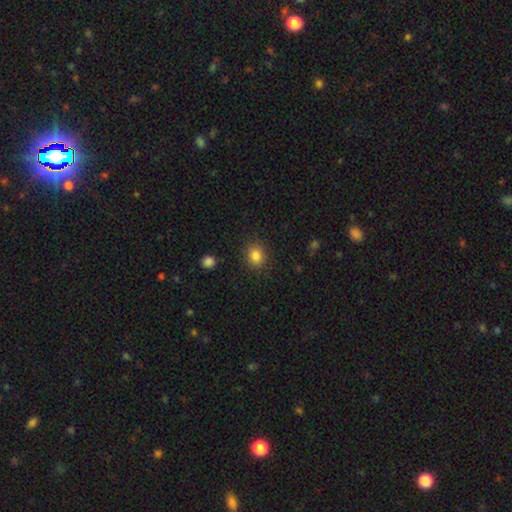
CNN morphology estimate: Smooth or featured: smooth — 85% (star or artifact — 10%)
How rounded: round — 71% (in between — 28%)
Merging: none — 88% (minor disturbance — 8%)